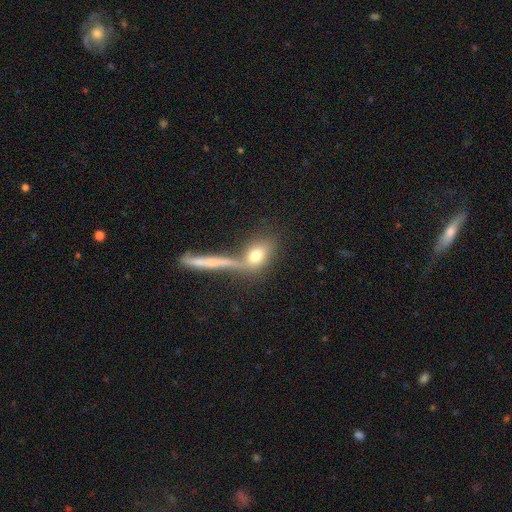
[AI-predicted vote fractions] A smooth galaxy with no disk features (73%) that is in between round and cigar-shaped (56%).

Vote fractions:
- Smooth or featured? smooth: 73% / featured or disk: 17% / star or artifact: 10%
- How rounded? in between: 56% / round: 31% / cigar-shaped: 13%
- Merging? none: 54% / merger: 28% / minor disturbance: 11% / major disturbance: 6%